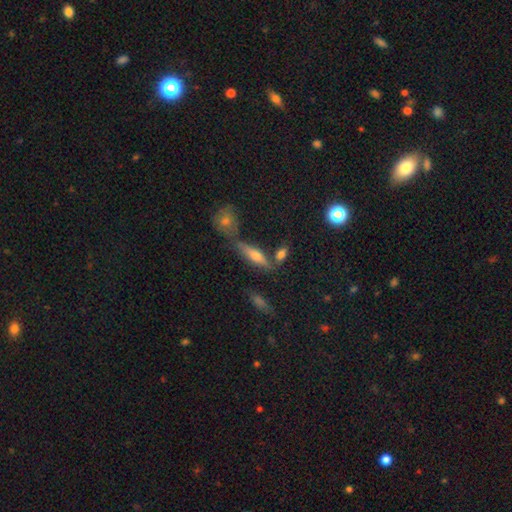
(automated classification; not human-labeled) A smooth galaxy with no disk features (46%).

Vote fractions:
- Smooth or featured? smooth: 46% / featured or disk: 44% / star or artifact: 11%
- Merging? none: 65% / merger: 17% / minor disturbance: 14% / major disturbance: 5%